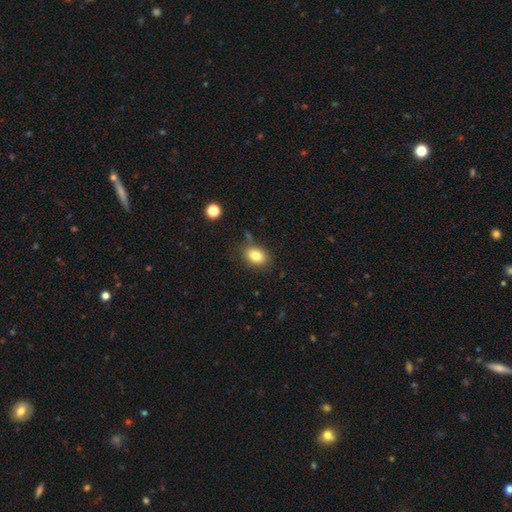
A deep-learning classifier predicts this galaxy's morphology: Smooth or featured: smooth — 81% (star or artifact — 10%)
How rounded: in between — 70% (round — 29%)
Merging: none — 78% (minor disturbance — 14%)